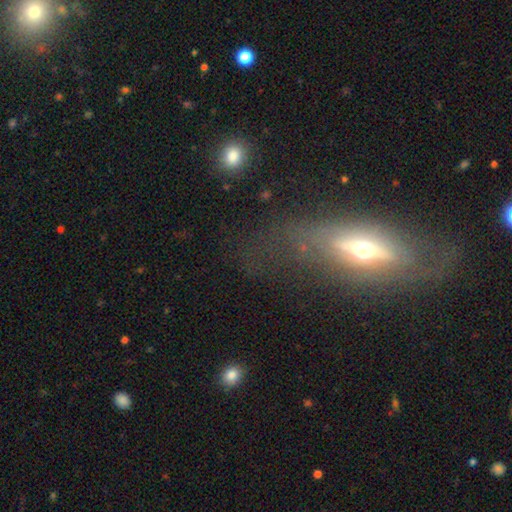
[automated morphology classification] smooth_or_featured: featured or disk (p=0.51) [alt: smooth p=0.35]
disk_edge_on: no (p=0.55) [alt: yes p=0.45]
merging: none (p=0.54) [alt: major disturbance p=0.21]